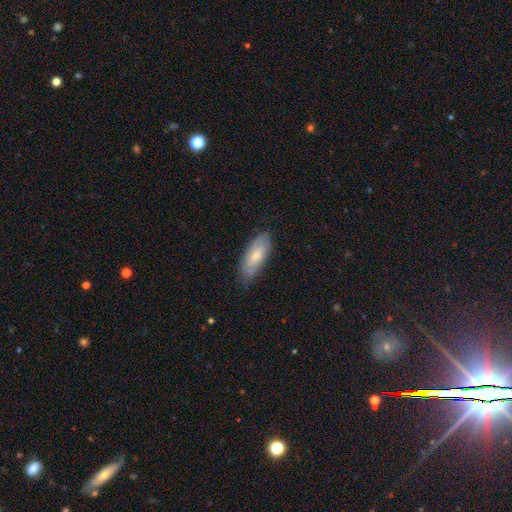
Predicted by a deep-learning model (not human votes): A smooth galaxy with no disk features (71%) that is in between round and cigar-shaped (76%). Merging: none (79%).